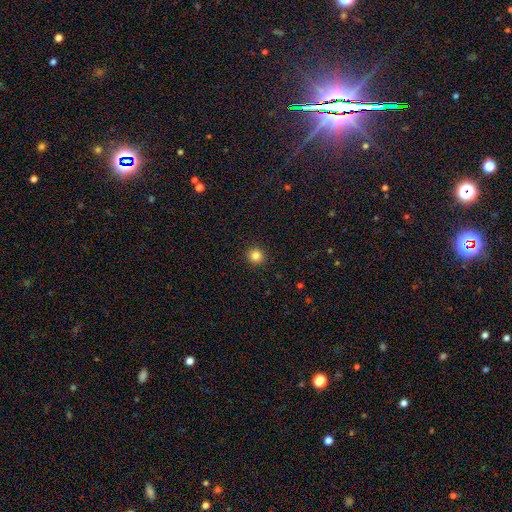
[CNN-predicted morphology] A smooth galaxy with no disk features (84%) that is round (94%). Merging: none (93%).